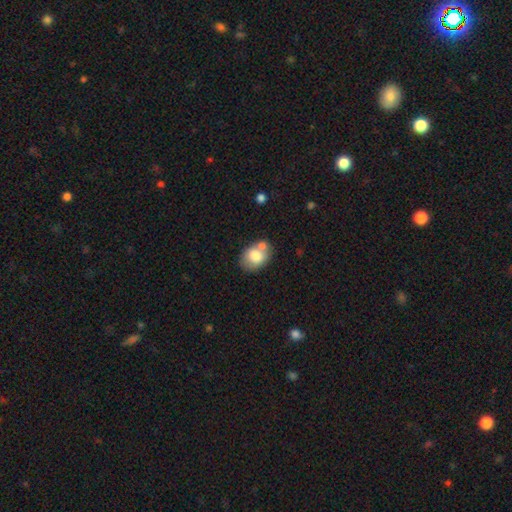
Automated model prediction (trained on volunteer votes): This appears to be a smooth galaxy with no disk features (78%) that is in between round and cigar-shaped (66%). Merging: none (55%).